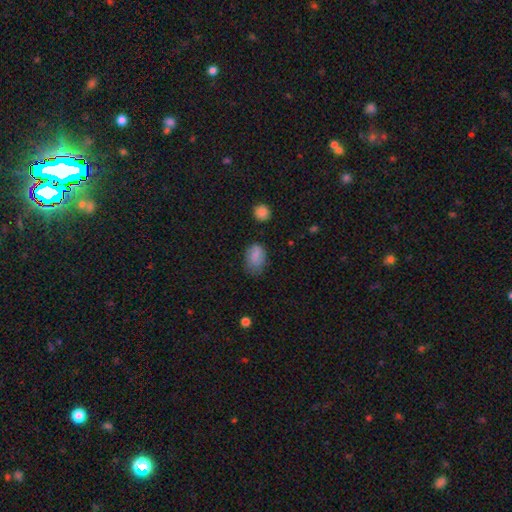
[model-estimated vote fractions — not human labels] A smooth galaxy with no disk features (81%) that is in between round and cigar-shaped (83%). Merging: none (59%).